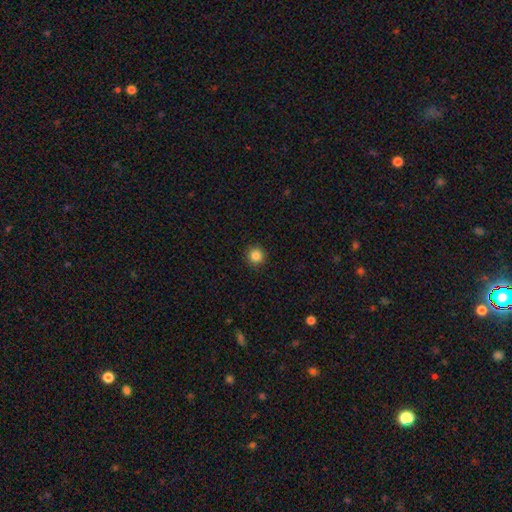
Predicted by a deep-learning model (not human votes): The model was most divided on "smooth or featured": smooth: 85%, star or artifact: 11%, featured or disk: 4%. More confident: how rounded — round (95%); merging — none (92%).